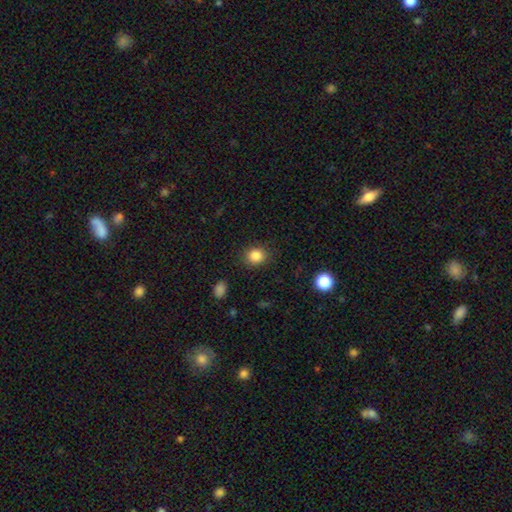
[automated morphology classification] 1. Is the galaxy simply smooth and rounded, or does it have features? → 85% smooth, 10% star or artifact, 4% featured or disk.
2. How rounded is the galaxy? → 75% round, 24% in between, 1% cigar-shaped.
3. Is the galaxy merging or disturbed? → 87% none, 9% minor disturbance, 3% major disturbance, 1% merger.